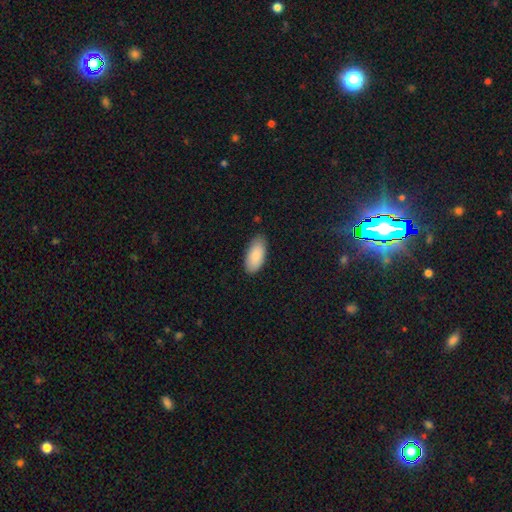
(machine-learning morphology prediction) The model was most divided on "merging": none: 82%, minor disturbance: 14%, major disturbance: 2%, merger: 1%. More confident: how rounded — in between (92%); smooth or featured — smooth (88%).